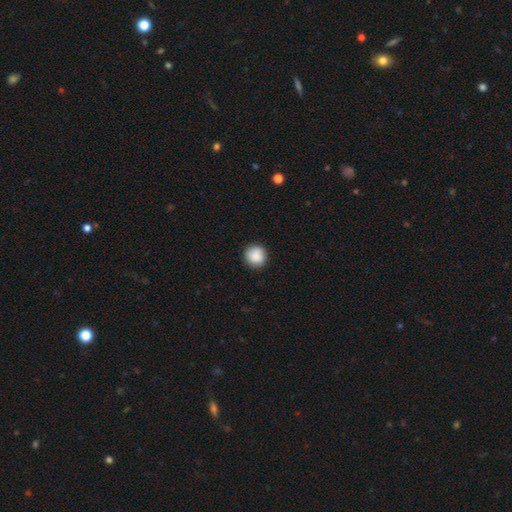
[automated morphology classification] type=smooth (89%); roundness=round (94%); merging=none (90%).